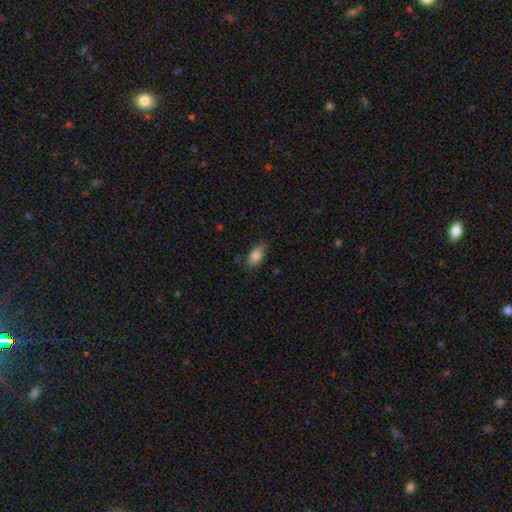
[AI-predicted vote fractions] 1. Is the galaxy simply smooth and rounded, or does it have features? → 85% smooth, 8% star or artifact, 7% featured or disk.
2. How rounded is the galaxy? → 90% in between, 7% round, 3% cigar-shaped.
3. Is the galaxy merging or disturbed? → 76% none, 18% minor disturbance, 4% major disturbance, 2% merger.